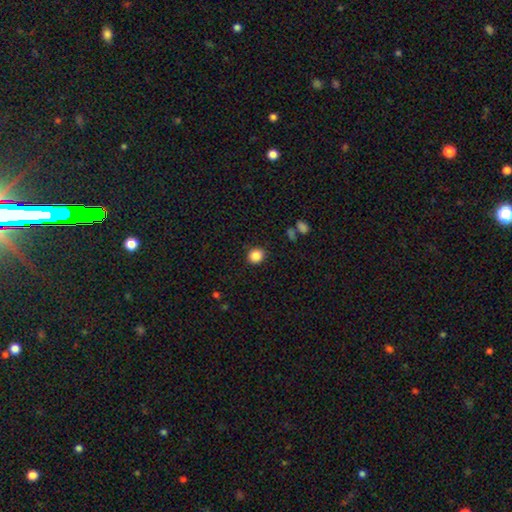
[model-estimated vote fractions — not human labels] Q: Smooth or featured?
A: smooth (86%); runner-up: star or artifact (10%)
Q: How rounded?
A: round (81%); runner-up: in between (18%)
Q: Merging?
A: none (89%); runner-up: minor disturbance (7%)